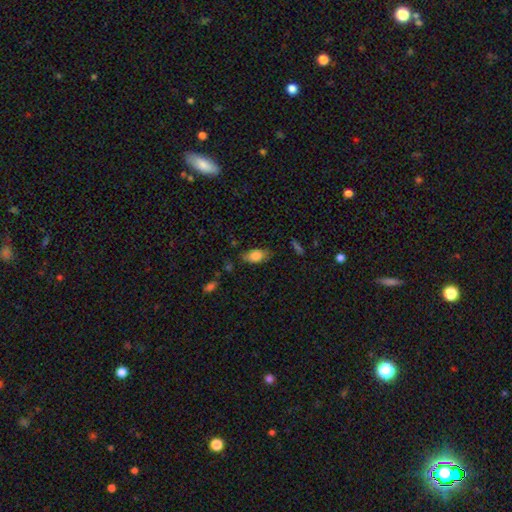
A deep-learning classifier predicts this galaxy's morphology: Q: Smooth or featured?
A: smooth (79%); runner-up: featured or disk (14%)
Q: How rounded?
A: in between (89%); runner-up: cigar-shaped (6%)
Q: Merging?
A: none (76%); runner-up: minor disturbance (18%)